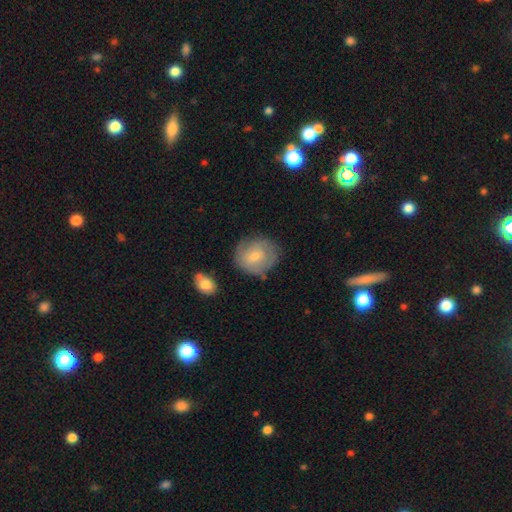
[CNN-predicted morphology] This is possibly a smooth galaxy (50%). How rounded: likely round (72%). Merging: likely none (72%).